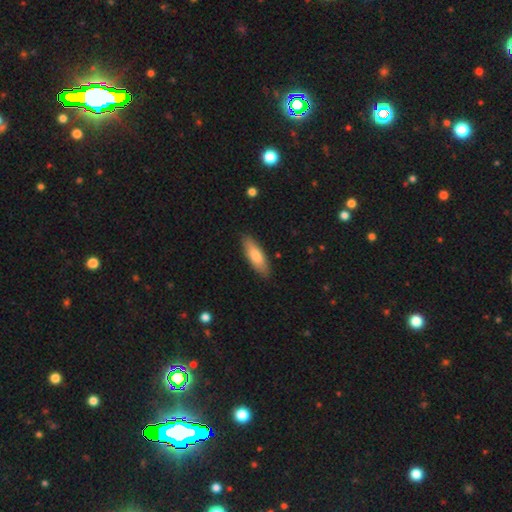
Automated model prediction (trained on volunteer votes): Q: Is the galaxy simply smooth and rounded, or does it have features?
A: smooth — 76%.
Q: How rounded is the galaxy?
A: in between — 53%.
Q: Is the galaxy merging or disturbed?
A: none — 88%.